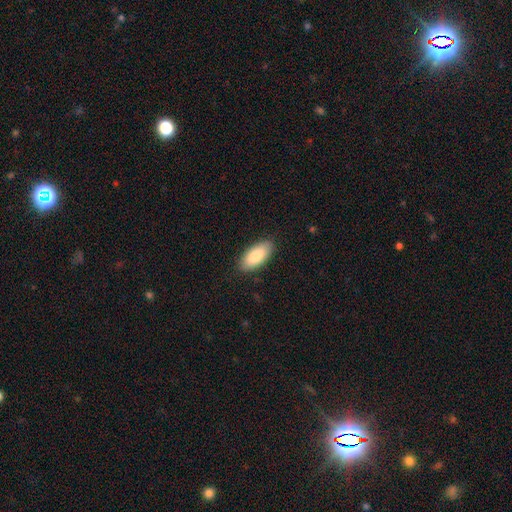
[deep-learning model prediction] Morphology: type=smooth (83%); roundness=in between (90%); merging=none (88%).